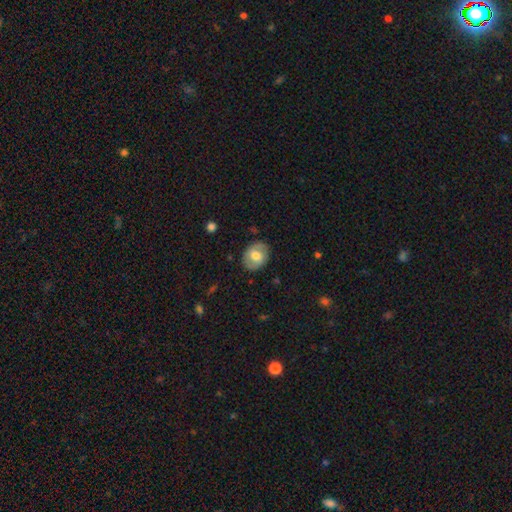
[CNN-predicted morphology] type=smooth (60%); roundness=in between (60%); merging=none (83%).